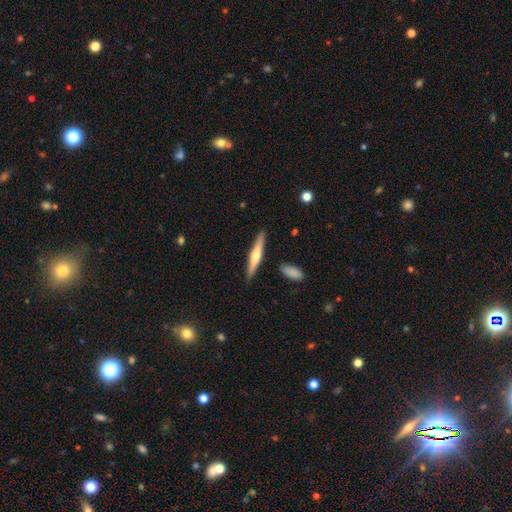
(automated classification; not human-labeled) smooth_or_featured: featured or disk (p=0.50) [alt: smooth p=0.45]
merging: none (p=0.88) [alt: minor disturbance p=0.08]